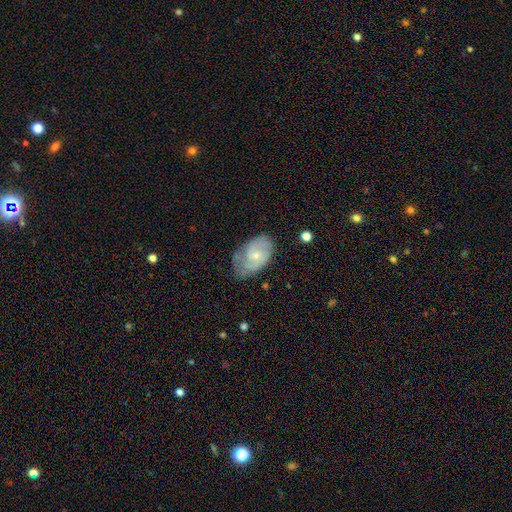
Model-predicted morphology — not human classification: smooth-or-featured: featured or disk: 70% | smooth: 24% | star or artifact: 6%
  disk-edge-on: no: 96% | yes: 4%
    bar: no: 70% | weak: 26% | strong: 4%
    has-spiral-arms: yes: 87% | no: 13%
      spiral-winding: tight: 48% | medium: 38% | loose: 14%
      spiral-arm-count: 2: 52% | can't tell: 27% | 1: 10% | 3: 7% | 4: 2% | more than 4: 2%
    bulge-size: small: 67% | moderate: 29% | none: 2% | large: 1% | dominant: 1%
  merging: none: 59% | minor disturbance: 28% | major disturbance: 11% | merger: 2%